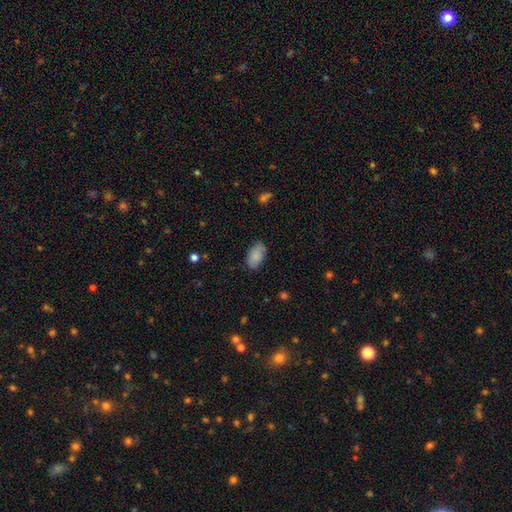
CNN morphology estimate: A smooth galaxy with no disk features (86%) that is in between round and cigar-shaped (94%).

Vote fractions:
- Smooth or featured? smooth: 86% / featured or disk: 7% / star or artifact: 7%
- How rounded? in between: 94% / round: 4% / cigar-shaped: 2%
- Merging? none: 82% / minor disturbance: 14% / major disturbance: 3% / merger: 1%